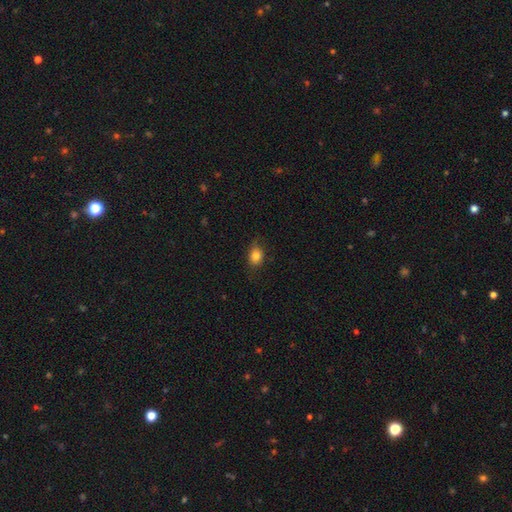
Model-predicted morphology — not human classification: A smooth galaxy with no disk features (83%) that is in between round and cigar-shaped (60%). Merging: none (72%).